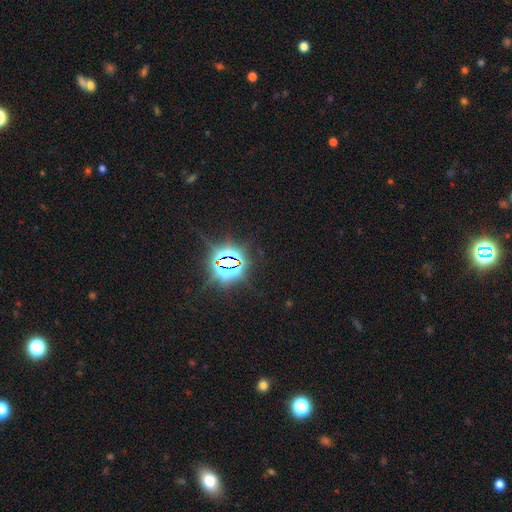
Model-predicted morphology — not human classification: smooth-or-featured: star or artifact: 82% | smooth: 11% | featured or disk: 7%